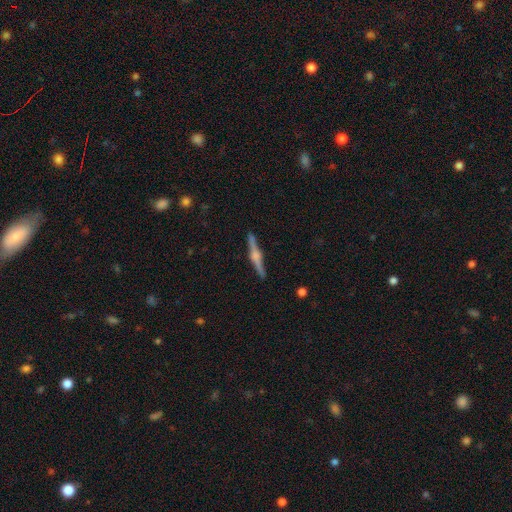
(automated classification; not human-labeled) smooth-or-featured: featured or disk: 79% | smooth: 15% | star or artifact: 6%
  disk-edge-on: yes: 98% | no: 2%
    edge-on-bulge: rounded: 86% | boxy: 10% | none: 4%
  merging: none: 91% | minor disturbance: 7% | major disturbance: 1% | merger: 1%